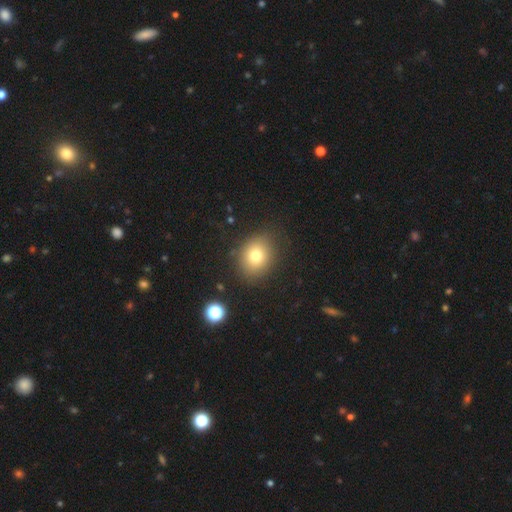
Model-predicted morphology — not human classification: smooth-or-featured: smooth: 75% | star or artifact: 14% | featured or disk: 11%
  how-rounded: round: 62% | in between: 37% | cigar-shaped: 1%
  merging: none: 84% | minor disturbance: 10% | major disturbance: 4% | merger: 2%